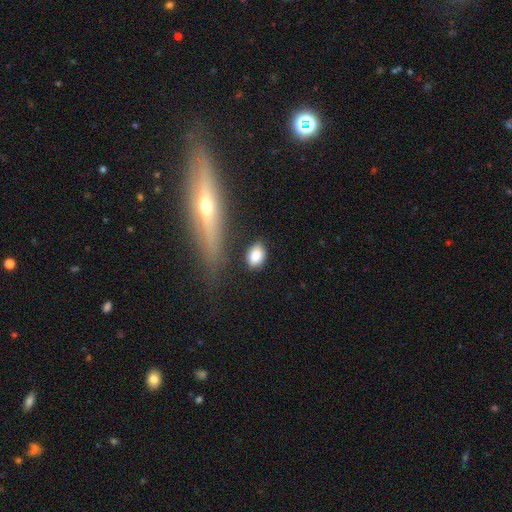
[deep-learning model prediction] Smooth or featured? Predicted: smooth (p=0.84). How rounded? Predicted: in between (p=0.71). Merging? Predicted: none (p=0.78).